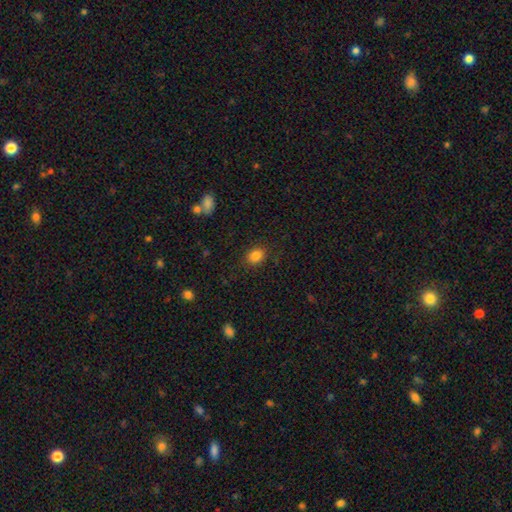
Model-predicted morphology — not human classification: Smooth or featured? smooth (84%)
How rounded? in between (52%)
Merging? none (85%)